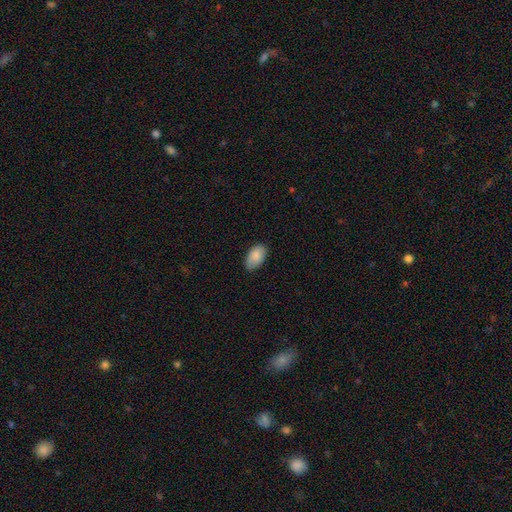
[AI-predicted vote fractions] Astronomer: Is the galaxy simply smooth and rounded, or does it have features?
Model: smooth — 87%.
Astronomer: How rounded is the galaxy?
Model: in between — 94%.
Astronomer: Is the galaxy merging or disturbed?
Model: none — 77%.